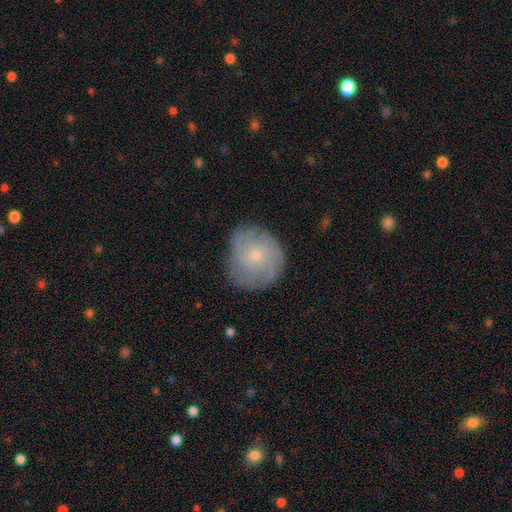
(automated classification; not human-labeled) smooth-or-featured: featured or disk: 51% | smooth: 40% | star or artifact: 9%
  disk-edge-on: no: 97% | yes: 3%
  merging: none: 77% | minor disturbance: 17% | major disturbance: 5% | merger: 1%